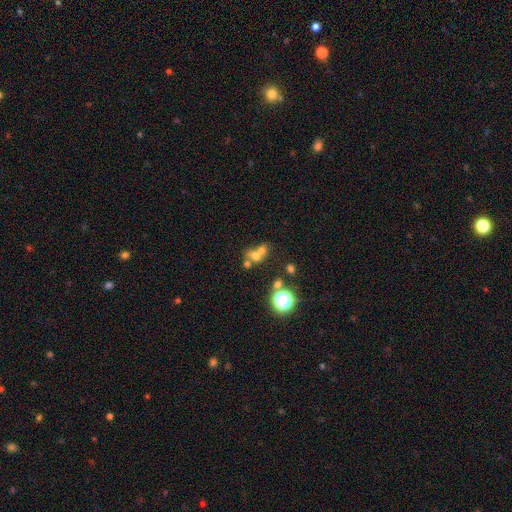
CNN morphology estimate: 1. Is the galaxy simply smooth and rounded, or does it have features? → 60% smooth, 21% star or artifact, 19% featured or disk.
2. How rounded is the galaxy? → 66% round, 32% in between, 2% cigar-shaped.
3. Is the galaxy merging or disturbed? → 56% merger, 32% none, 7% minor disturbance, 5% major disturbance.